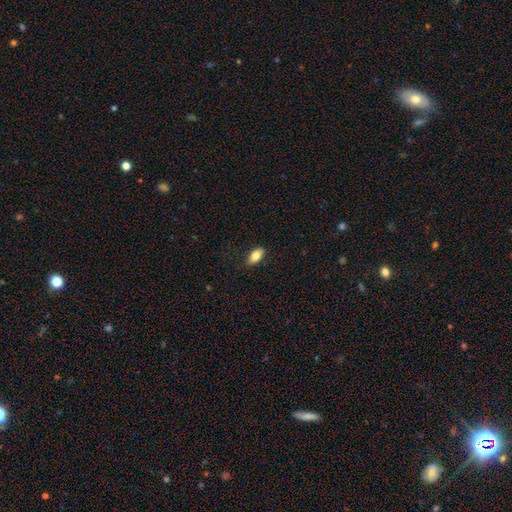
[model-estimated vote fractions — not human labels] Morphology: type=smooth (81%); roundness=in between (90%); merging=none (86%).